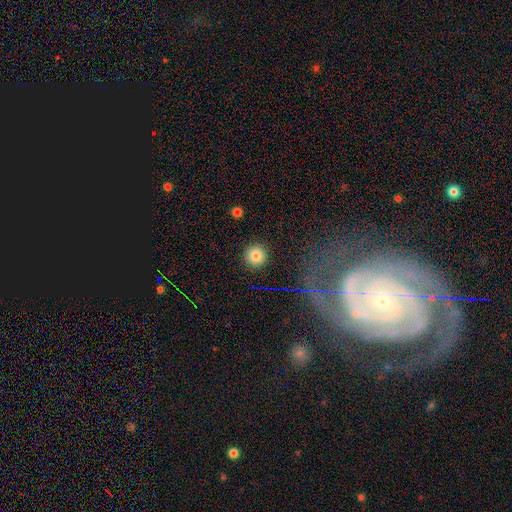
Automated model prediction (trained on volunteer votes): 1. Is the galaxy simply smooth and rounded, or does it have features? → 82% smooth, 11% star or artifact, 7% featured or disk.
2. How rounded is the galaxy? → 96% round, 3% in between, 1% cigar-shaped.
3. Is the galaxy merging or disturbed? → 92% none, 5% minor disturbance, 2% major disturbance, 1% merger.